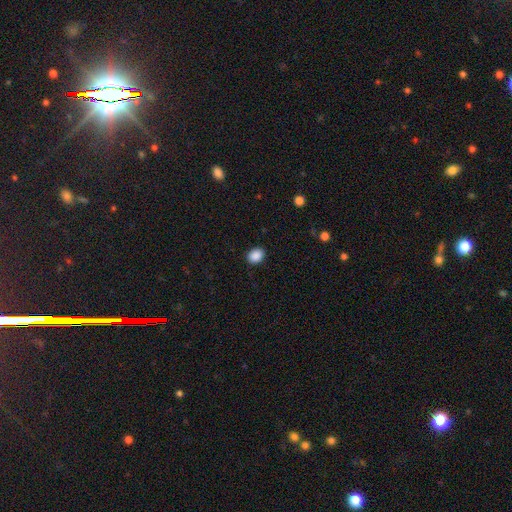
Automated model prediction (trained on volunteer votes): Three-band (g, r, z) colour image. It shows a smooth galaxy with no disk features (89%) that is in between round and cigar-shaped (54%). Merging: none (90%).